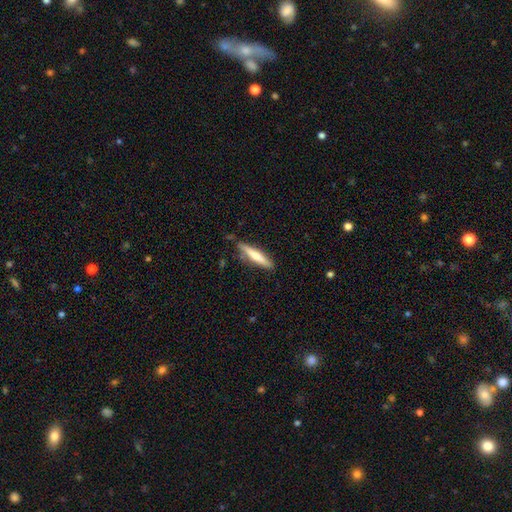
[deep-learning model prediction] smooth 62%, featured or disk 32%, star or artifact 6%. Down the decision tree: how rounded — cigar-shaped (88%); merging — none (82%).